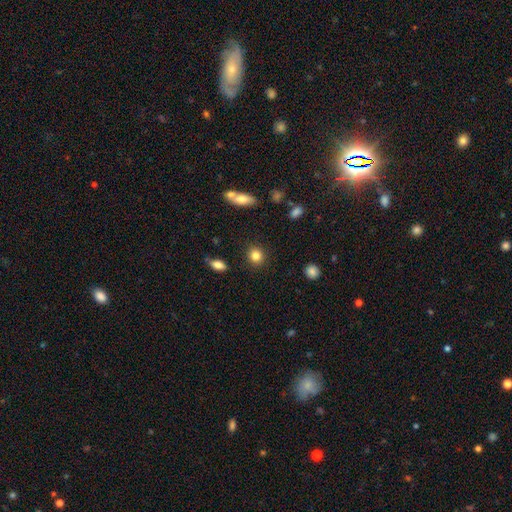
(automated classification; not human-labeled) smooth 84%, star or artifact 10%, featured or disk 6%. Down the decision tree: how rounded — round (85%); merging — none (89%).